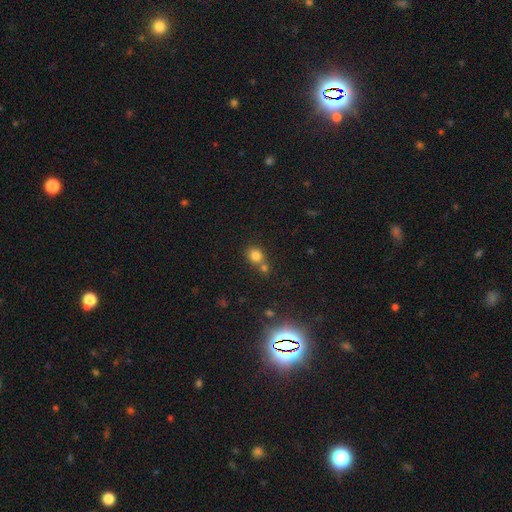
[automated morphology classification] smooth 79%, star or artifact 14%, featured or disk 7%. Down the decision tree: how rounded — round (75%); merging — none (53%).